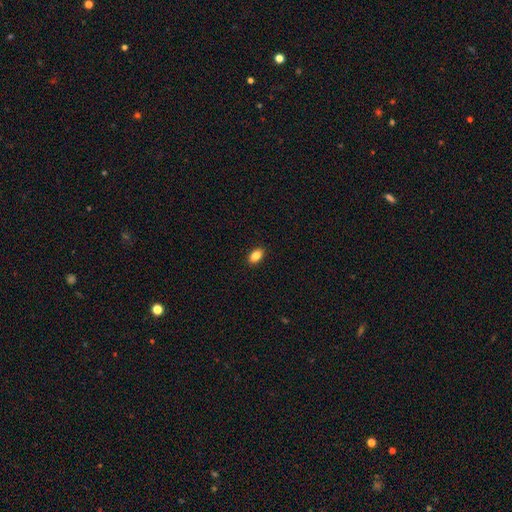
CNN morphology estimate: Smooth or featured?
  - smooth: 86% *
  - star or artifact: 8%
  - featured or disk: 6%
How rounded?
  - in between: 89% *
  - round: 8%
  - cigar-shaped: 3%
Merging?
  - none: 90% *
  - minor disturbance: 7%
  - major disturbance: 2%
  - merger: 1%